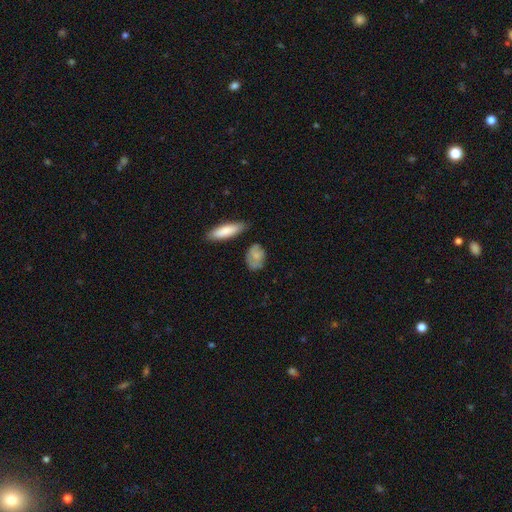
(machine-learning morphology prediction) type=smooth (70%); roundness=in between (78%); merging=none (62%).